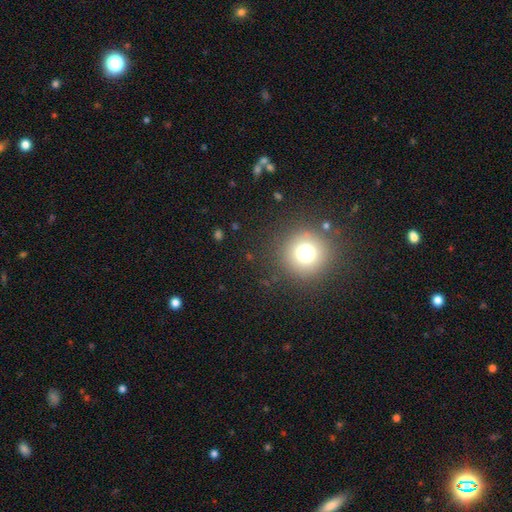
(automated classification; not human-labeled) Smooth or featured: smooth — 61% (star or artifact — 31%)
How rounded: round — 95% (in between — 4%)
Merging: none — 91% (minor disturbance — 6%)